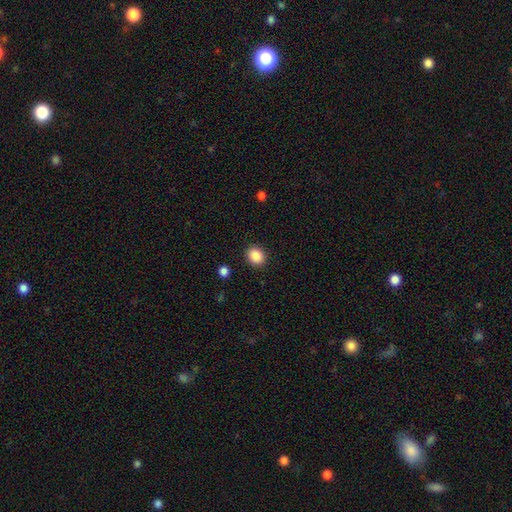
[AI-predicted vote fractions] Overall: smooth (88%). How rounded: round (61%; in between 38%). Merging: none (90%).